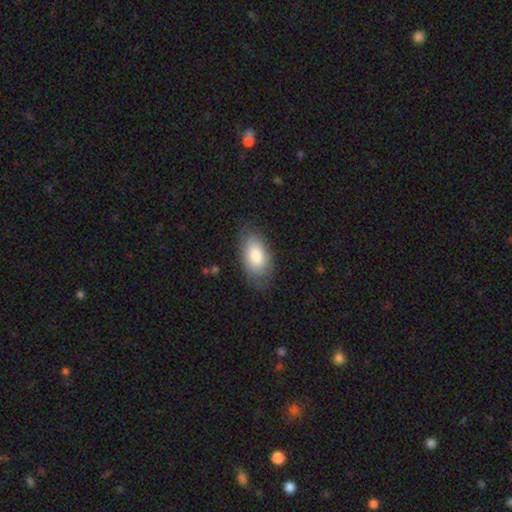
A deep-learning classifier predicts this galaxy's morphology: smooth-or-featured: smooth: 81% | featured or disk: 13% | star or artifact: 6%
  how-rounded: in between: 94% | round: 4% | cigar-shaped: 2%
  merging: none: 74% | minor disturbance: 19% | major disturbance: 6% | merger: 1%